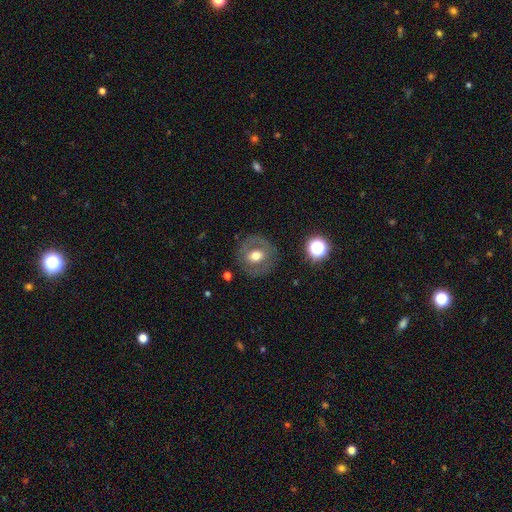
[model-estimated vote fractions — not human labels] Smooth or featured? Predicted: smooth (p=0.48). Merging? Predicted: none (p=0.81).